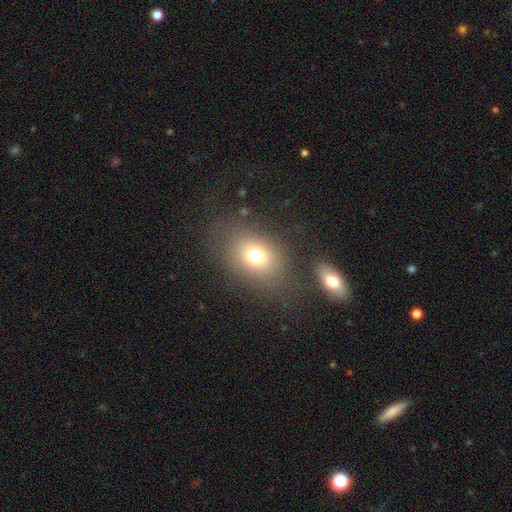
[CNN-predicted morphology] Smooth or featured: smooth — 73% (star or artifact — 14%)
How rounded: in between — 58% (round — 41%)
Merging: none — 74% (minor disturbance — 12%)